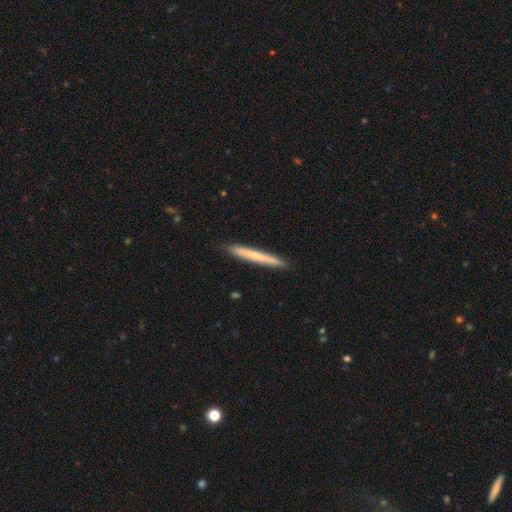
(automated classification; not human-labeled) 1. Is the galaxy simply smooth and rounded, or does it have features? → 62% smooth, 33% featured or disk, 6% star or artifact.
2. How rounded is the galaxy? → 97% cigar-shaped, 2% in between, 1% round.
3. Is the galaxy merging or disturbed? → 90% none, 7% minor disturbance, 1% major disturbance, 1% merger.